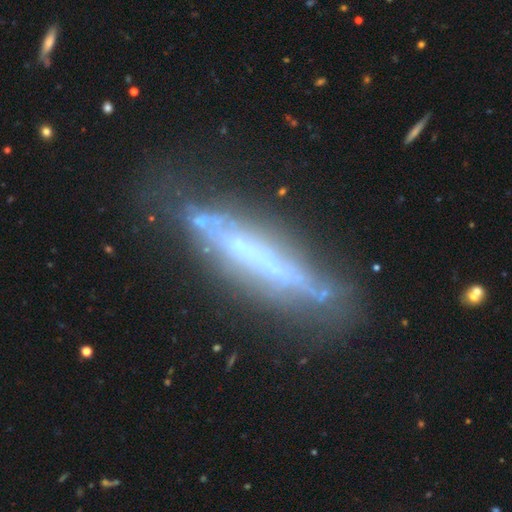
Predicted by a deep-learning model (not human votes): smooth_or_featured: featured or disk (p=0.72) [alt: smooth p=0.18]
disk_edge_on: yes (p=0.84) [alt: no p=0.16]
edge_on_bulge: none (p=0.69) [alt: rounded p=0.19]
merging: none (p=0.67) [alt: minor disturbance p=0.21]